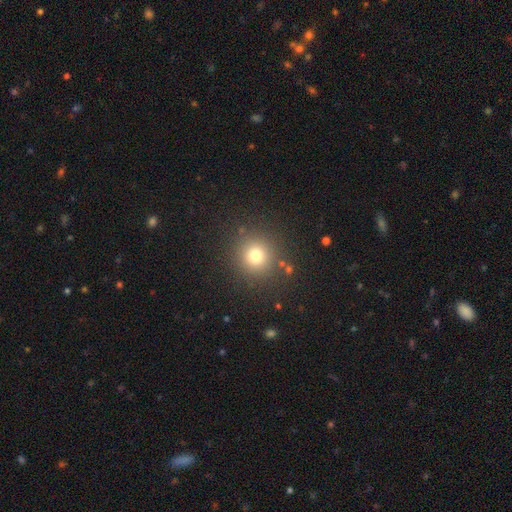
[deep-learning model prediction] smooth_or_featured: smooth (p=0.75) [alt: star or artifact p=0.17]
how_rounded: round (p=0.93) [alt: in between p=0.06]
merging: none (p=0.87) [alt: minor disturbance p=0.07]